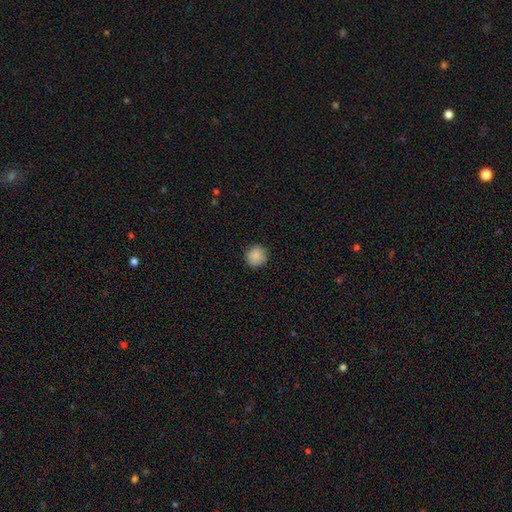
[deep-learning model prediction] This appears to be a smooth galaxy with no disk features (87%) that is round (94%). Merging: none (90%).